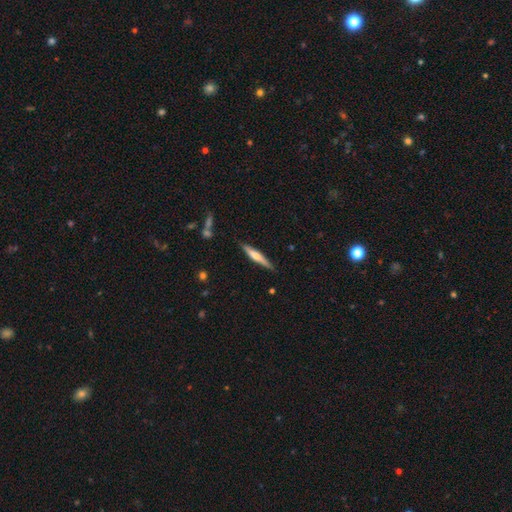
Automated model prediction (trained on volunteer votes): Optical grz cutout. It shows a featured or disk galaxy (50%). Merging: none (85%).